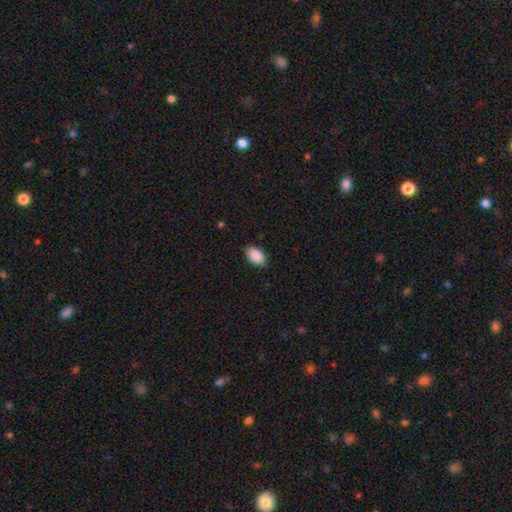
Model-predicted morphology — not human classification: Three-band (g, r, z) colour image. It shows a smooth galaxy with no disk features (90%) that is in between round and cigar-shaped (87%). Merging: none (84%).